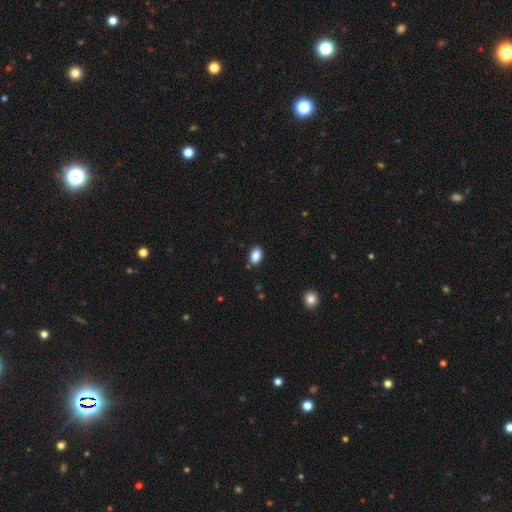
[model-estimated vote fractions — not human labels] smooth 88%, star or artifact 8%, featured or disk 4%. Down the decision tree: how rounded — in between (89%); merging — none (86%).